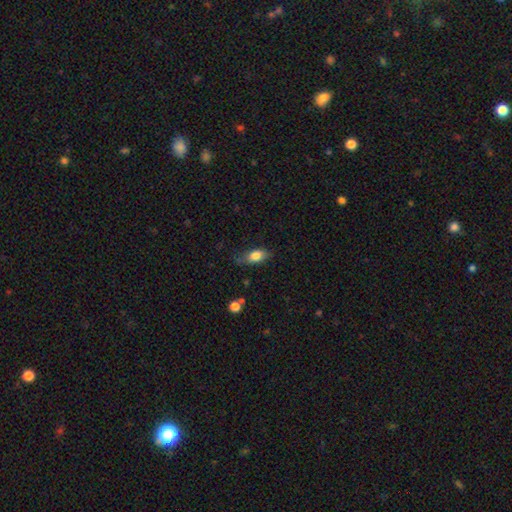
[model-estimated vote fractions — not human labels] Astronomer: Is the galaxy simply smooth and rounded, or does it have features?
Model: smooth — 79%.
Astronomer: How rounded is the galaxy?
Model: in between — 86%.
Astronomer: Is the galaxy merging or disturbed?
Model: none — 65%.